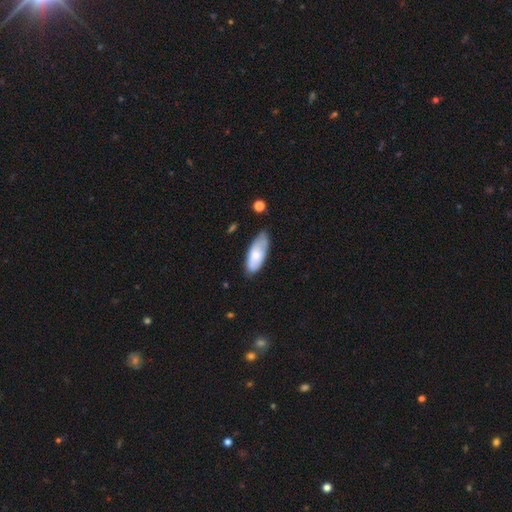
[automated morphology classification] Q: Smooth or featured?
A: smooth (68%); runner-up: featured or disk (26%)
Q: How rounded?
A: in between (82%); runner-up: cigar-shaped (16%)
Q: Merging?
A: none (60%); runner-up: minor disturbance (31%)